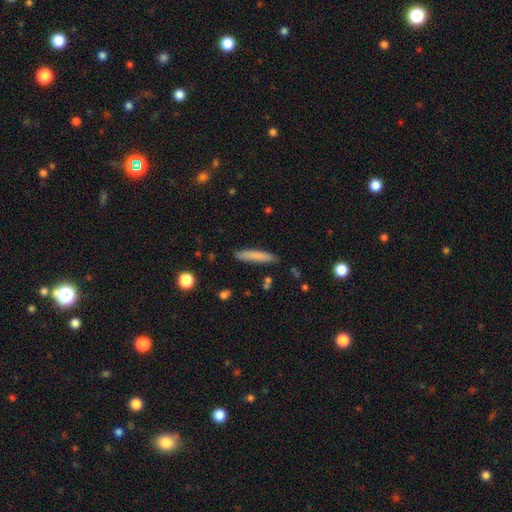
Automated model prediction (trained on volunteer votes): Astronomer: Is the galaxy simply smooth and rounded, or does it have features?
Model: smooth — 80%.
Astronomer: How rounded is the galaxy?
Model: cigar-shaped — 91%.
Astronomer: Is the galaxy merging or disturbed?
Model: none — 86%.